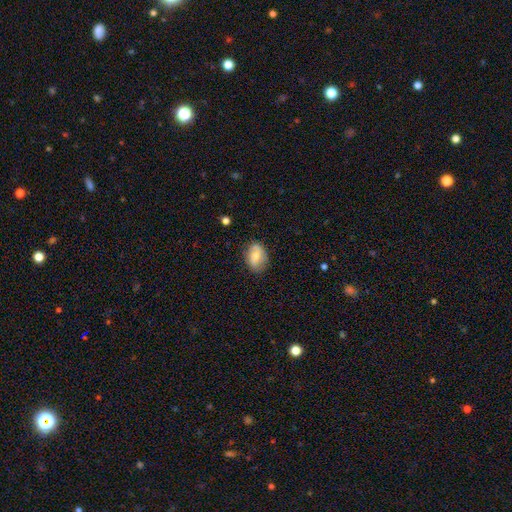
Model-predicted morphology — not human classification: smooth_or_featured: smooth (p=0.68) [alt: featured or disk p=0.24]
how_rounded: in between (p=0.79) [alt: round p=0.20]
merging: none (p=0.74) [alt: minor disturbance p=0.20]